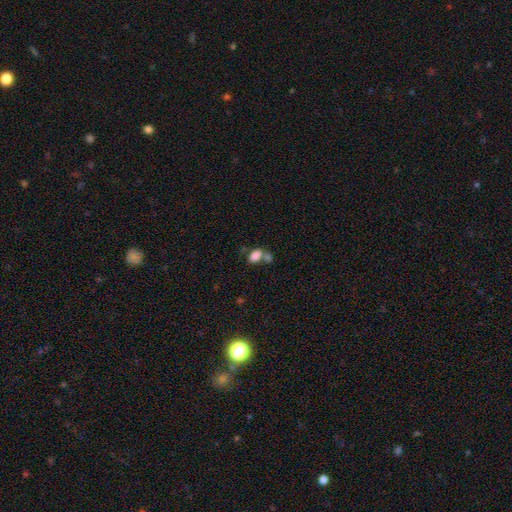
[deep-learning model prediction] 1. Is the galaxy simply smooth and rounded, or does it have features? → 82% smooth, 10% star or artifact, 9% featured or disk.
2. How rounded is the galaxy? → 87% in between, 11% round, 2% cigar-shaped.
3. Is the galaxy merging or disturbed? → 46% merger, 36% none, 12% minor disturbance, 6% major disturbance.